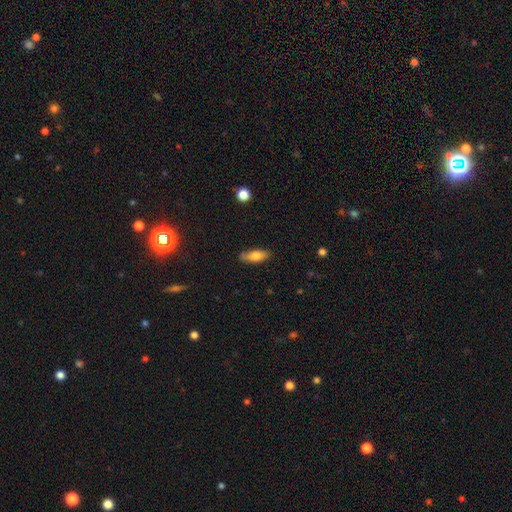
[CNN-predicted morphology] smooth-or-featured: smooth: 74% | featured or disk: 18% | star or artifact: 7%
  how-rounded: in between: 69% | cigar-shaped: 29% | round: 3%
  merging: none: 78% | minor disturbance: 17% | major disturbance: 3% | merger: 2%